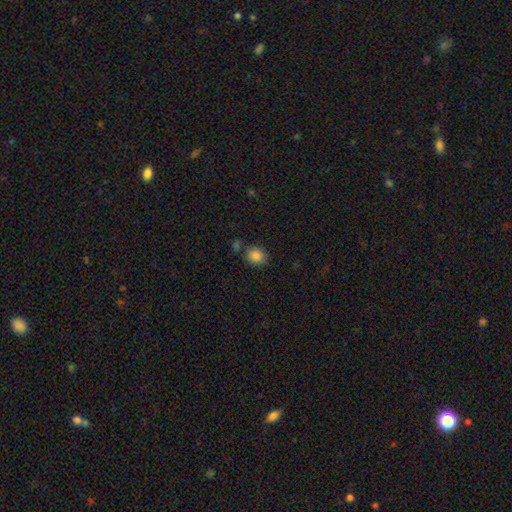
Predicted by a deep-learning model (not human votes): smooth-or-featured: smooth: 85% | star or artifact: 10% | featured or disk: 5%
  how-rounded: round: 60% | in between: 39% | cigar-shaped: 1%
  merging: none: 72% | minor disturbance: 13% | merger: 11% | major disturbance: 4%